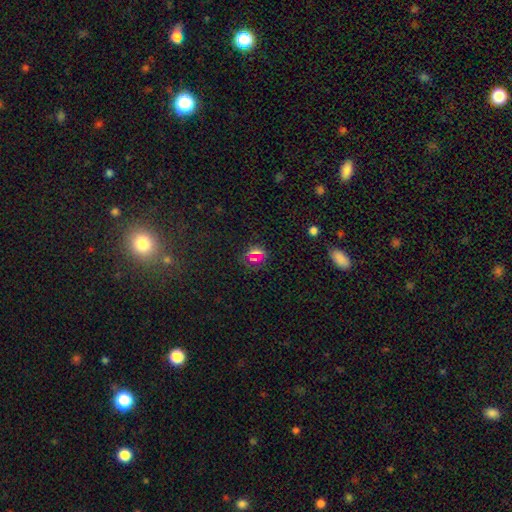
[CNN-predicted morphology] This is possibly a smooth galaxy (46%). Merging: likely none (79%).